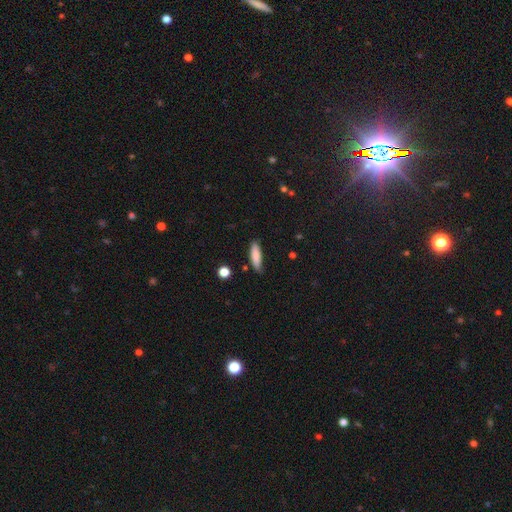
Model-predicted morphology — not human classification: smooth-or-featured: smooth: 83% | featured or disk: 10% | star or artifact: 7%
  how-rounded: cigar-shaped: 57% | in between: 42% | round: 2%
  merging: none: 77% | minor disturbance: 18% | major disturbance: 3% | merger: 2%